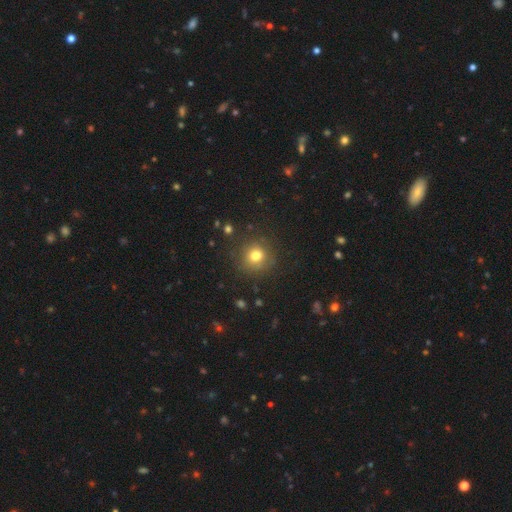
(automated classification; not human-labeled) Smooth or featured? smooth (77%)
How rounded? round (88%)
Merging? none (83%)